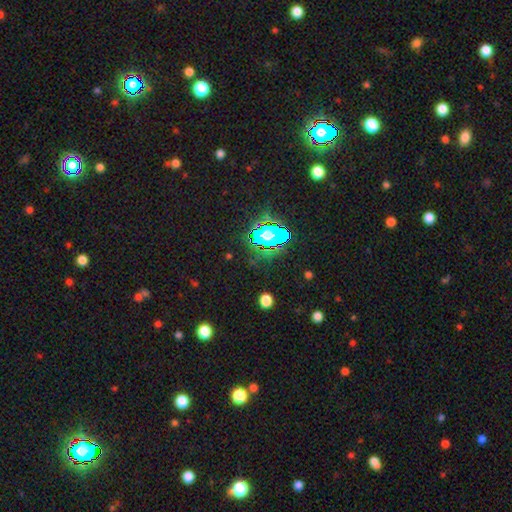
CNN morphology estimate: A star or artifact, not a galaxy (81%).